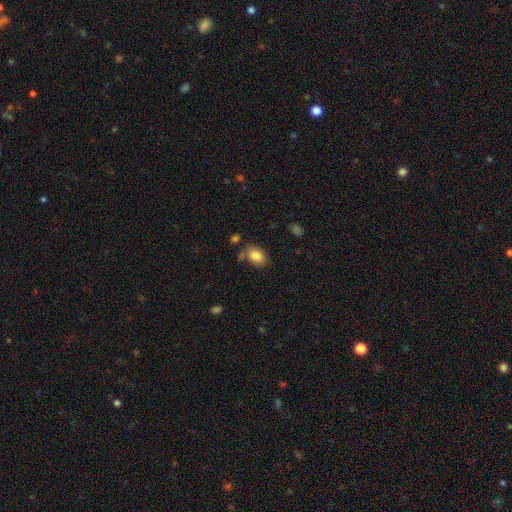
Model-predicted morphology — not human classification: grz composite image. It shows a smooth galaxy with no disk features (84%) that is in between round and cigar-shaped (80%). Merging: none (68%).